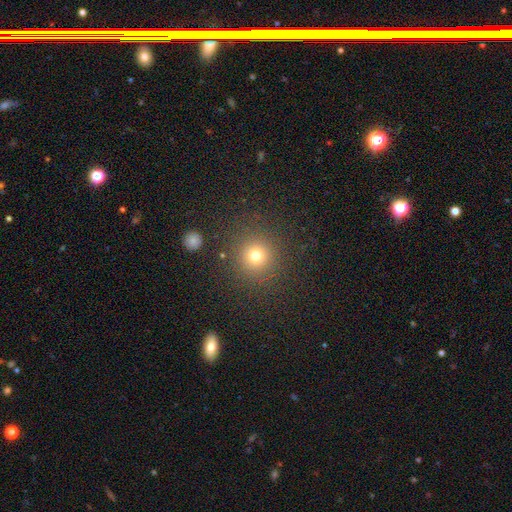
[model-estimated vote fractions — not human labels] smooth_or_featured: smooth (p=0.75) [alt: star or artifact p=0.17]
how_rounded: round (p=0.93) [alt: in between p=0.06]
merging: none (p=0.87) [alt: minor disturbance p=0.07]